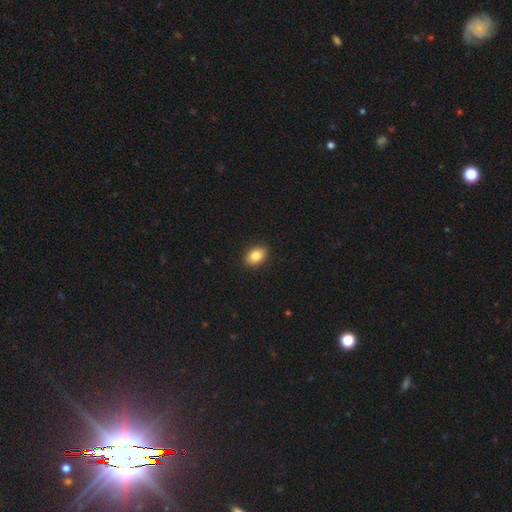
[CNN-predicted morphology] Smooth or featured?
  - smooth: 86% *
  - star or artifact: 8%
  - featured or disk: 6%
How rounded?
  - in between: 83% *
  - round: 16%
  - cigar-shaped: 1%
Merging?
  - none: 91% *
  - minor disturbance: 7%
  - major disturbance: 2%
  - merger: 1%